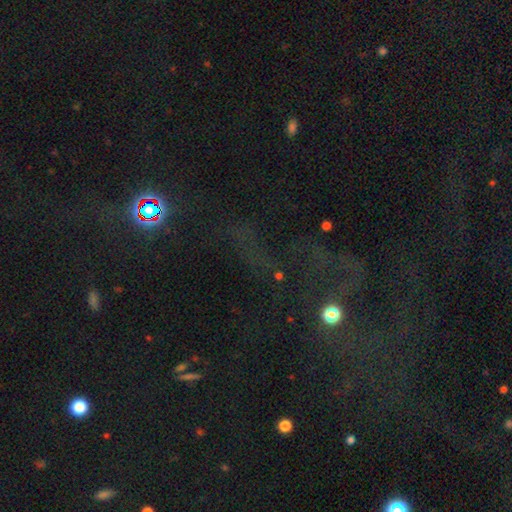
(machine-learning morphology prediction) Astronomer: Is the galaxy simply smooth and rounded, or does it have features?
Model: star or artifact — 73%.